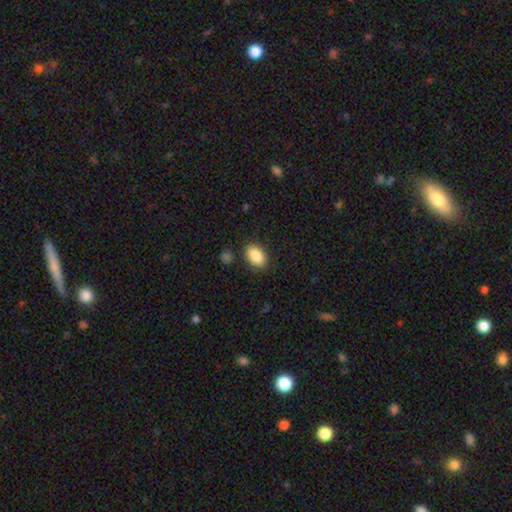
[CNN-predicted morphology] A smooth galaxy with no disk features (88%) that is in between round and cigar-shaped (89%).

Vote fractions:
- Smooth or featured? smooth: 88% / star or artifact: 7% / featured or disk: 5%
- How rounded? in between: 89% / round: 10% / cigar-shaped: 1%
- Merging? none: 84% / minor disturbance: 10% / major disturbance: 3% / merger: 2%